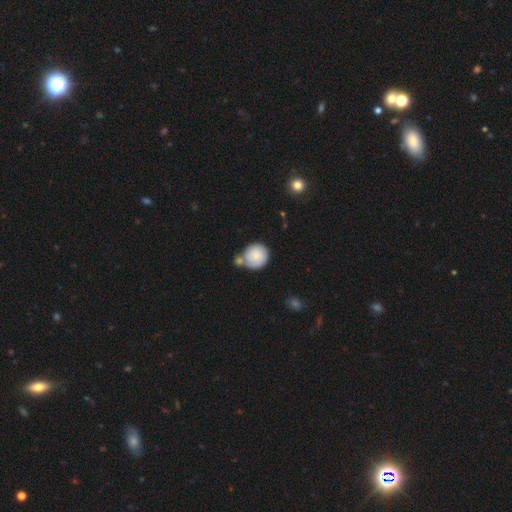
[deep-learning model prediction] A smooth galaxy with no disk features (72%) that is round (87%).

Vote fractions:
- Smooth or featured? smooth: 72% / featured or disk: 21% / star or artifact: 6%
- How rounded? round: 87% / in between: 12% / cigar-shaped: 1%
- Merging? none: 44% / merger: 30% / minor disturbance: 19% / major disturbance: 8%